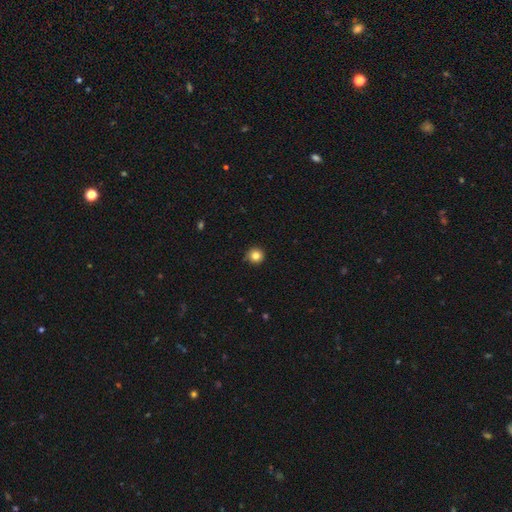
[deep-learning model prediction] Smooth or featured: smooth — 83% (star or artifact — 11%)
How rounded: round — 95% (in between — 4%)
Merging: none — 89% (minor disturbance — 8%)